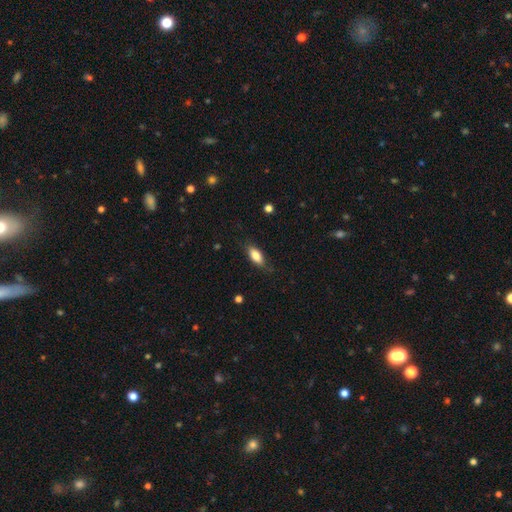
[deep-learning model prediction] This appears to be a smooth galaxy with no disk features (81%) that is in between round and cigar-shaped (82%). Merging: none (79%).